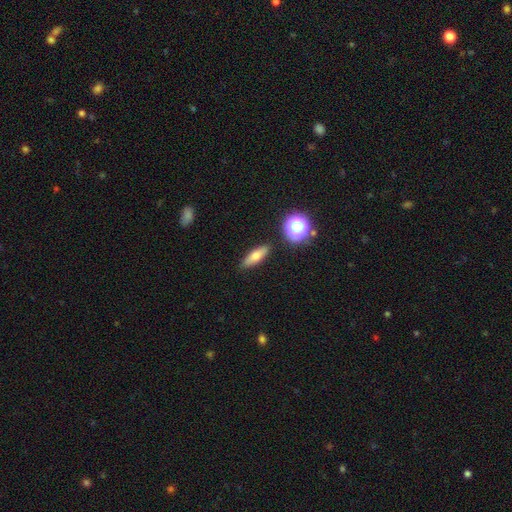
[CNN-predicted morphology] Overall: smooth (63%; featured or disk 27%). How rounded: cigar-shaped (46%, tied with in between). Merging: none (87%).